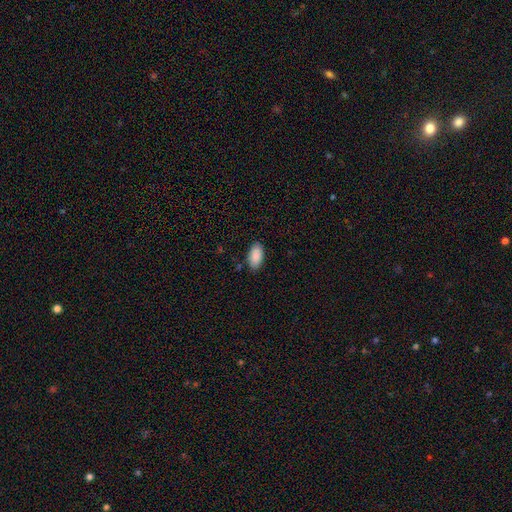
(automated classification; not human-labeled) smooth-or-featured: smooth: 90% | star or artifact: 6% | featured or disk: 4%
  how-rounded: in between: 95% | cigar-shaped: 3% | round: 2%
  merging: none: 86% | minor disturbance: 10% | major disturbance: 2% | merger: 1%